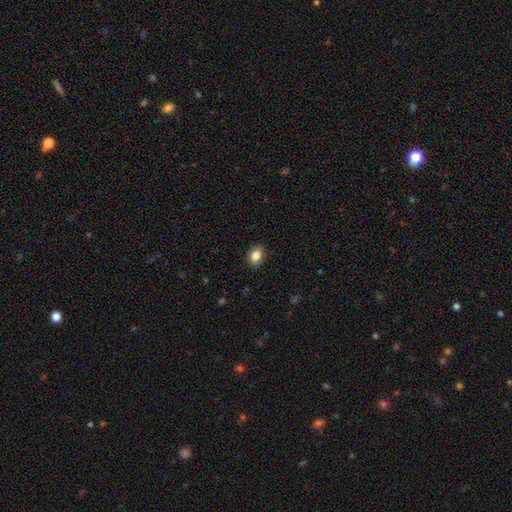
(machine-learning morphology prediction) This is clearly a smooth galaxy (85%). How rounded: likely in between (70%). Merging: clearly none (88%).